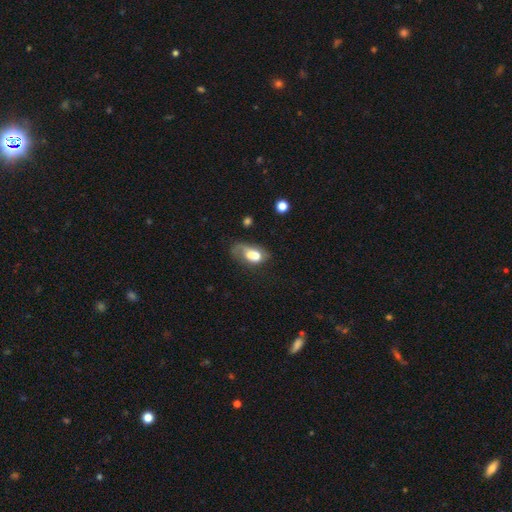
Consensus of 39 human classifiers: A smooth galaxy with no disk features (64%) that is in between round and cigar-shaped (88%).

Vote fractions:
- Smooth or featured? smooth: 64% / featured or disk: 33% / star or artifact: 3%
- How rounded? in between: 88% / round: 12% / cigar-shaped: 0%
- Merging? major disturbance: 45% / minor disturbance: 29% / none: 13% / merger: 13%